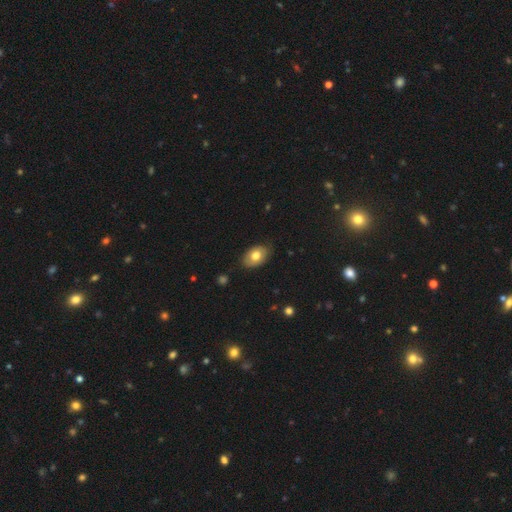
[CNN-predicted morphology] Overall: smooth (73%). How rounded: in between (87%). Merging: none (80%).